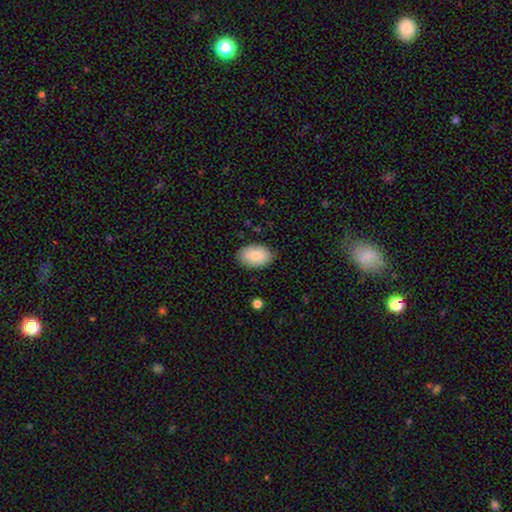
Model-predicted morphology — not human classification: type=smooth (83%); roundness=in between (88%); merging=none (84%).